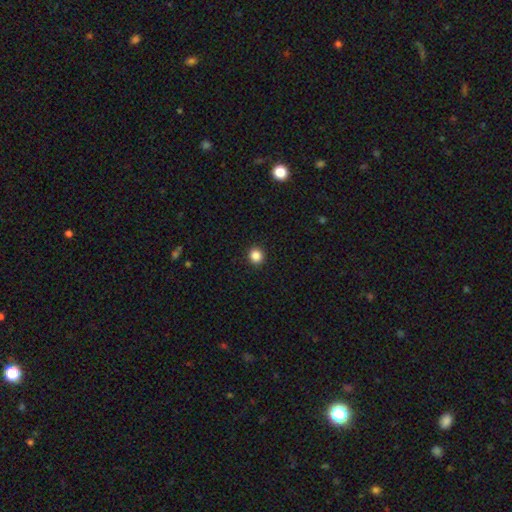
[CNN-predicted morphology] A smooth galaxy with no disk features (86%) that is round (91%).

Vote fractions:
- Smooth or featured? smooth: 86% / star or artifact: 11% / featured or disk: 3%
- How rounded? round: 91% / in between: 8% / cigar-shaped: 1%
- Merging? none: 93% / minor disturbance: 5% / major disturbance: 2% / merger: 1%